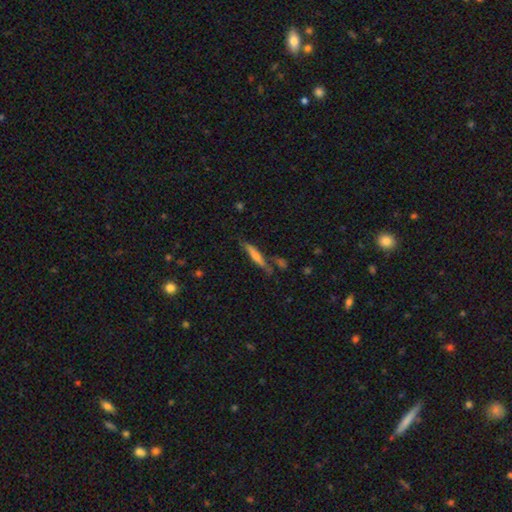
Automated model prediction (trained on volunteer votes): Smooth or featured? featured or disk (50%)
Merging? none (72%)